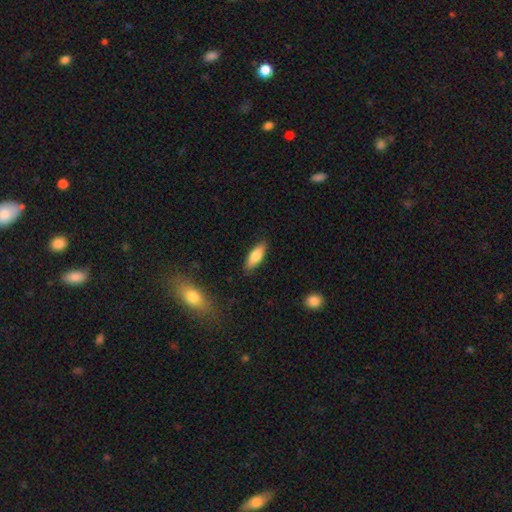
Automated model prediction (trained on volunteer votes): Q: Smooth or featured?
A: smooth (77%); runner-up: featured or disk (17%)
Q: How rounded?
A: in between (69%); runner-up: cigar-shaped (29%)
Q: Merging?
A: none (86%); runner-up: minor disturbance (10%)